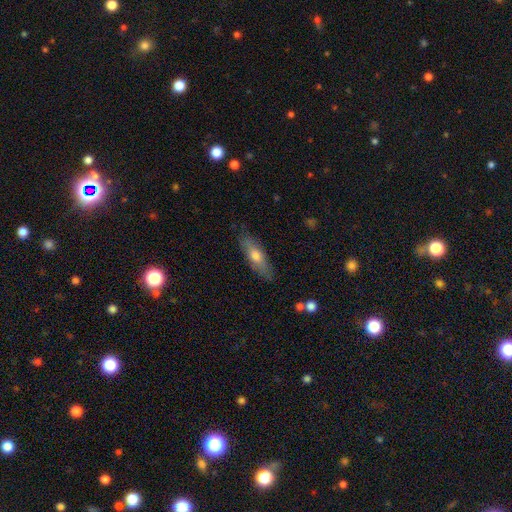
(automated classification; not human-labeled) smooth 59%, featured or disk 34%, star or artifact 6%. Down the decision tree: how rounded — cigar-shaped (54%); merging — none (82%).